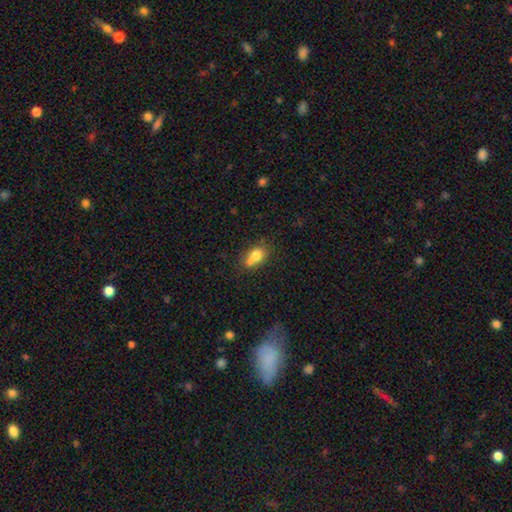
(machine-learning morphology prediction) Overall: smooth (74%). How rounded: in between (54%; round 43%). Merging: merger (41%; none 38%).